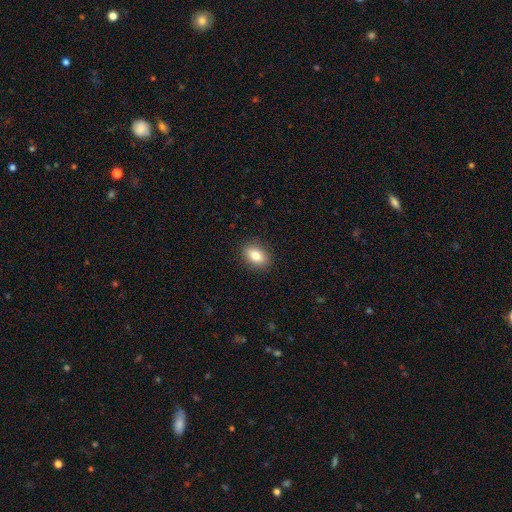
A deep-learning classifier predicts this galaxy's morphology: The model was most divided on "how rounded": in between: 79%, round: 19%, cigar-shaped: 2%. More confident: merging — none (89%); smooth or featured — smooth (80%).